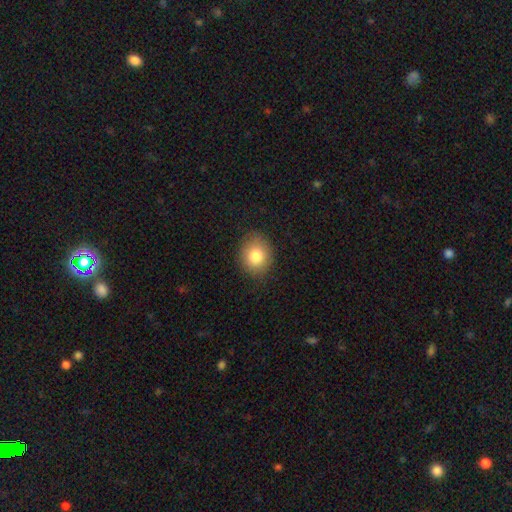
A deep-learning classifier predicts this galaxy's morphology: Smooth or featured?
  - smooth: 81% *
  - featured or disk: 10%
  - star or artifact: 10%
How rounded?
  - round: 65% *
  - in between: 34%
  - cigar-shaped: 1%
Merging?
  - none: 84% *
  - minor disturbance: 12%
  - major disturbance: 3%
  - merger: 1%